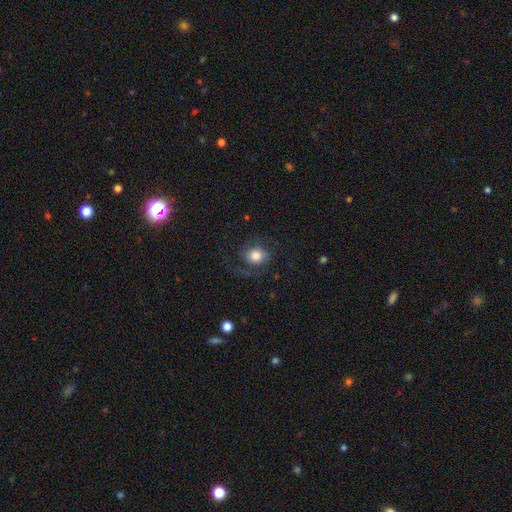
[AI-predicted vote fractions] Q: Smooth or featured?
A: smooth (62%); runner-up: featured or disk (29%)
Q: How rounded?
A: round (64%); runner-up: in between (35%)
Q: Merging?
A: none (65%); runner-up: major disturbance (17%)